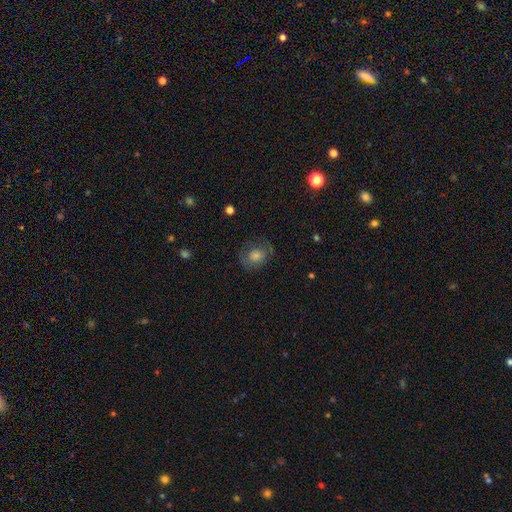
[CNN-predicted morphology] type=smooth (53%); roundness=round (65%); merging=none (73%).